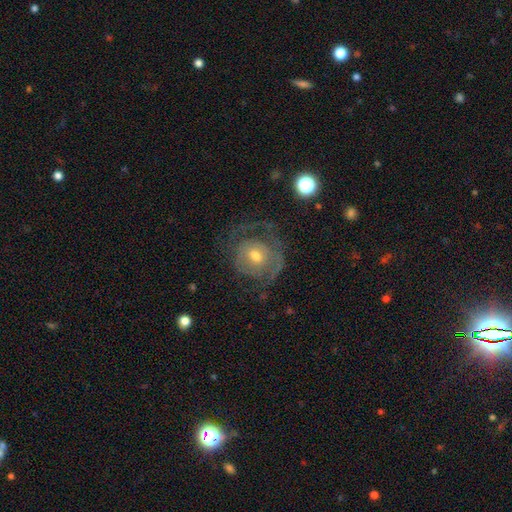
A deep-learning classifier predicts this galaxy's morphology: The model was most divided on "spiral arm count": 2: 40%, can't tell: 31%, 1: 14%, 3: 8%, 4: 3%, more than 4: 3%. Remaining: edge-on disk — no (97%); spiral arms — yes (75%); smooth or featured — featured or disk (71%); bar — no (70%); bulge size — moderate (58%); merging — none (55%); spiral winding — tight (46%).